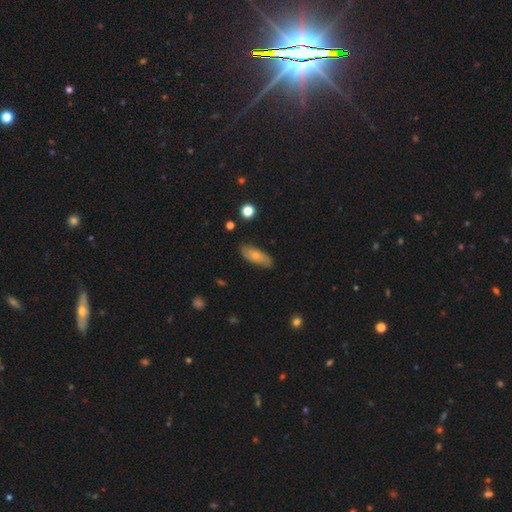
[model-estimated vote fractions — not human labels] smooth 59%, featured or disk 35%, star or artifact 6%. Down the decision tree: how rounded — in between (75%); merging — none (80%).